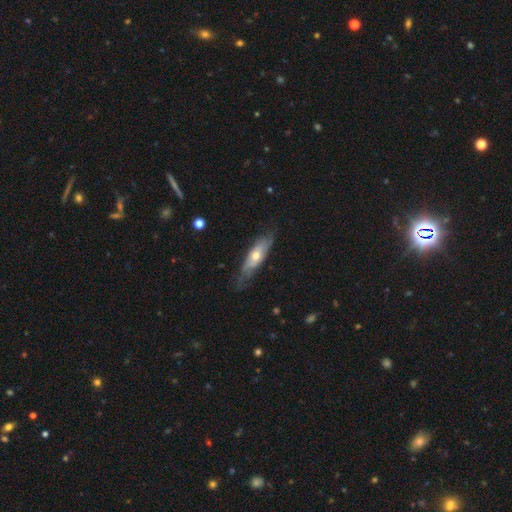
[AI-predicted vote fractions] Smooth or featured?
  - featured or disk: 57% *
  - smooth: 37%
  - star or artifact: 6%
Edge-on disk?
  - no: 60% *
  - yes: 40%
Merging?
  - none: 65% *
  - minor disturbance: 25%
  - major disturbance: 9%
  - merger: 1%